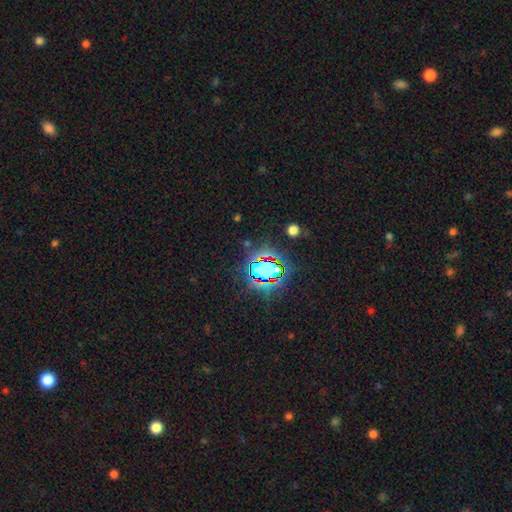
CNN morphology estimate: star or artifact 81%, smooth 11%, featured or disk 8%.